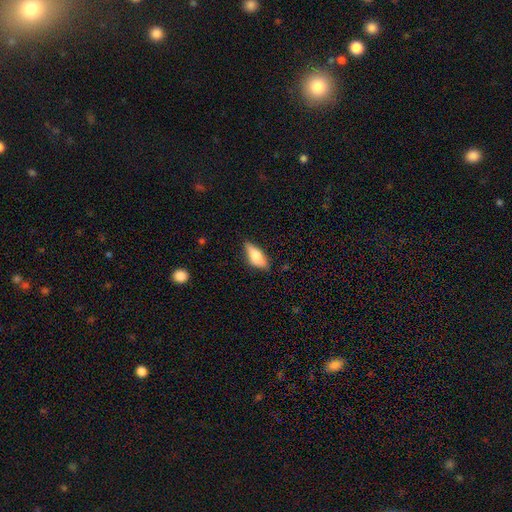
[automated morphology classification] smooth_or_featured: smooth (p=0.62) [alt: featured or disk p=0.32]
how_rounded: in between (p=0.72) [alt: cigar-shaped p=0.25]
merging: none (p=0.70) [alt: minor disturbance p=0.23]